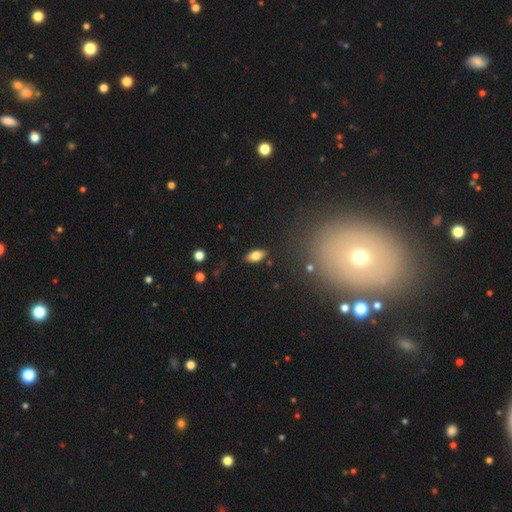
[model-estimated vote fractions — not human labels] Smooth or featured: smooth — 75% (featured or disk — 17%)
How rounded: in between — 88% (cigar-shaped — 9%)
Merging: none — 86% (minor disturbance — 10%)